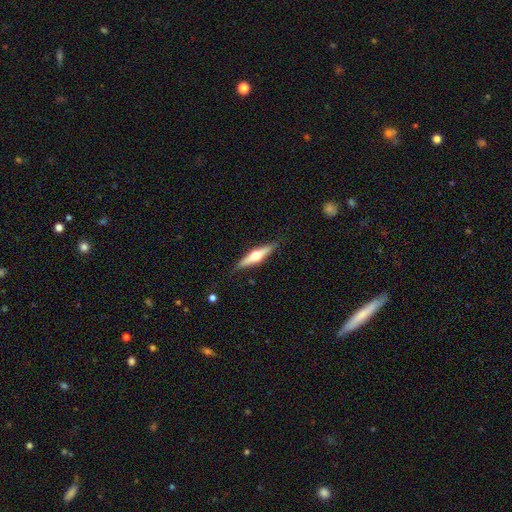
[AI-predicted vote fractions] Morphology: type=featured or disk (67%); edge-on=yes (97%); edge-on bulge=rounded (95%); merging=none (87%).